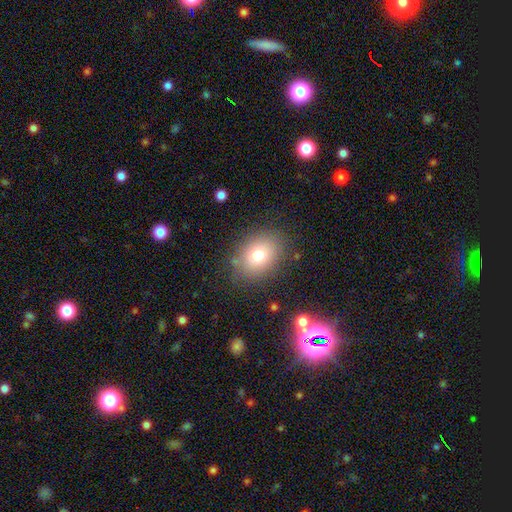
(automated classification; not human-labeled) smooth 76%, featured or disk 13%, star or artifact 12%. Down the decision tree: how rounded — in between (65%); merging — none (82%).